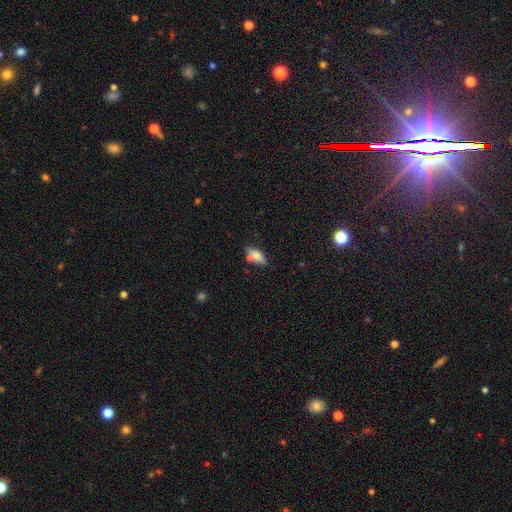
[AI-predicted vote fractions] Smooth or featured: smooth — 68% (featured or disk — 24%)
How rounded: in between — 70% (cigar-shaped — 27%)
Merging: none — 64% (minor disturbance — 18%)